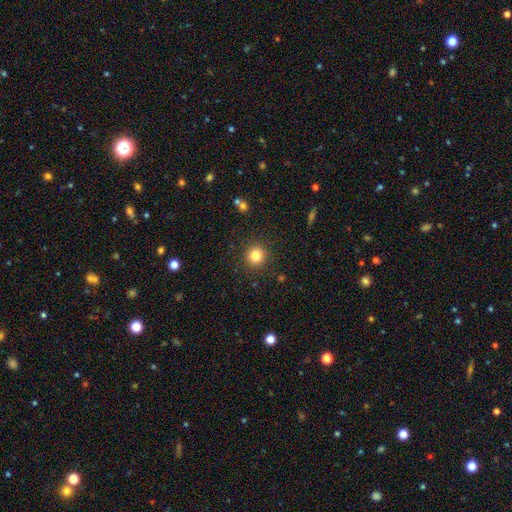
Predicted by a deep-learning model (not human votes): smooth_or_featured: smooth (p=0.82) [alt: star or artifact p=0.12]
how_rounded: round (p=0.93) [alt: in between p=0.06]
merging: none (p=0.90) [alt: minor disturbance p=0.06]